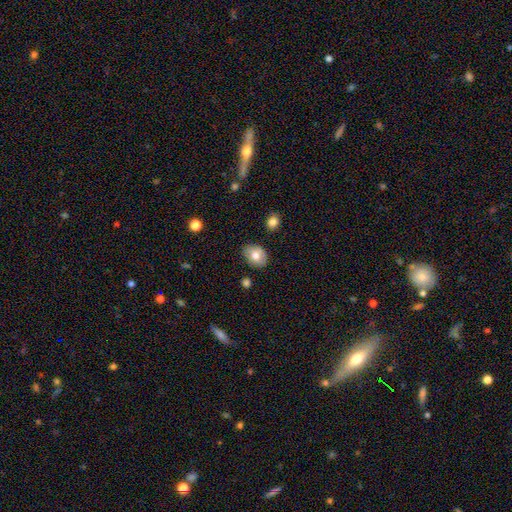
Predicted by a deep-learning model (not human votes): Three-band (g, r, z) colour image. It shows a smooth galaxy with no disk features (74%) that is in between round and cigar-shaped (64%). Merging: none (77%).